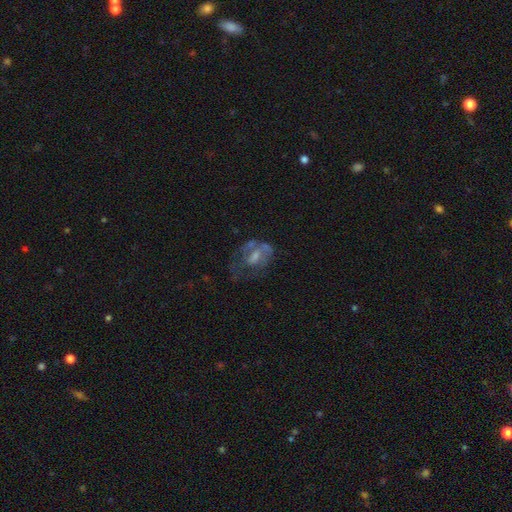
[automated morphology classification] smooth-or-featured: featured or disk: 59% | smooth: 25% | star or artifact: 16%
  disk-edge-on: no: 96% | yes: 4%
    bar: no: 65% | weak: 28% | strong: 7%
    has-spiral-arms: no: 62% | yes: 38%
    bulge-size: moderate: 38% | small: 33% | none: 22% | large: 6% | dominant: 1%
  merging: none: 39% | major disturbance: 35% | minor disturbance: 20% | merger: 6%